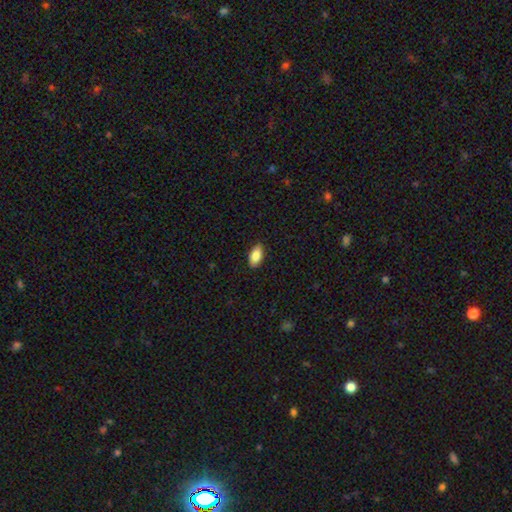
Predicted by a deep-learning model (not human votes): This appears to be a smooth galaxy with no disk features (85%) that is in between round and cigar-shaped (93%). Merging: none (88%).